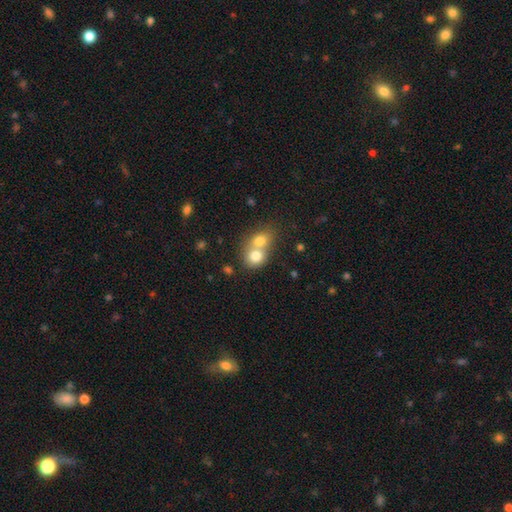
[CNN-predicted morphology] Smooth or featured? smooth (76%)
How rounded? round (66%)
Merging? merger (70%)